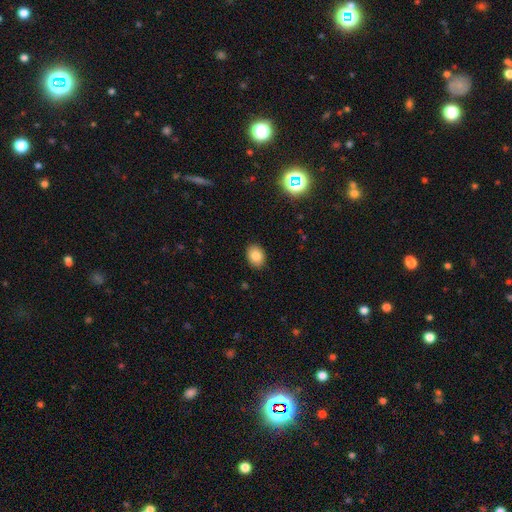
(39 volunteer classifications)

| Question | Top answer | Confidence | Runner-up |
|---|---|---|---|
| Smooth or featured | smooth | 90% | featured or disk (5%) |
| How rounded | in between | 69% | round (31%) |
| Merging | none | 89% | minor disturbance (5%) |